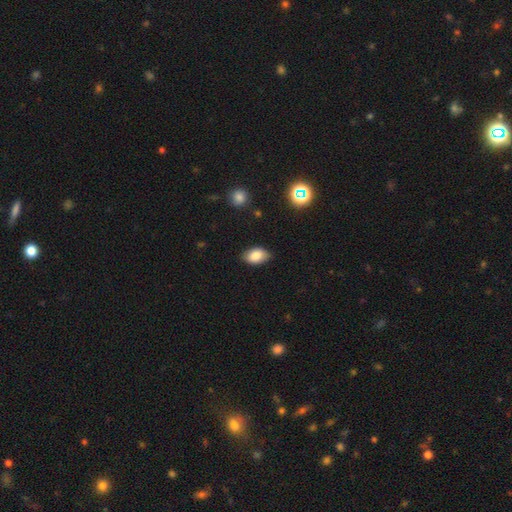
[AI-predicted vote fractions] Overall: smooth (83%). How rounded: in between (90%). Merging: none (82%).